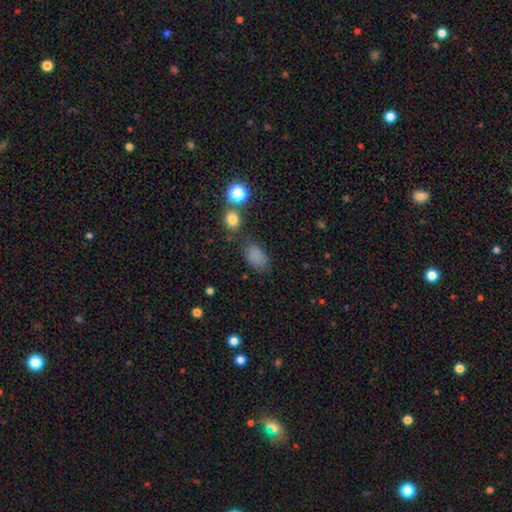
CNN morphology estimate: Overall: smooth (80%). How rounded: in between (85%). Merging: none (67%).